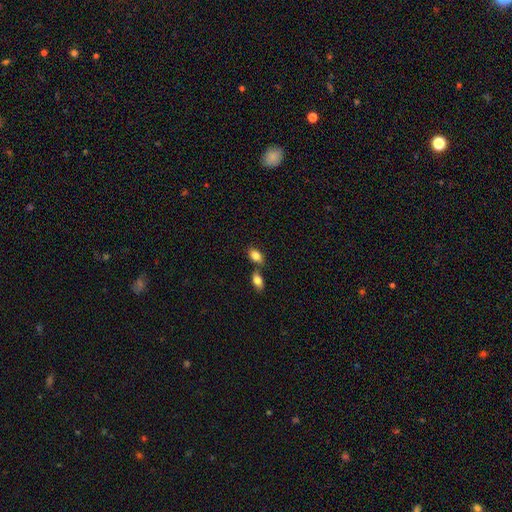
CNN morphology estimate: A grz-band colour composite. It shows a smooth galaxy with no disk features (85%) that is in between round and cigar-shaped (88%). Merging: none (55%).